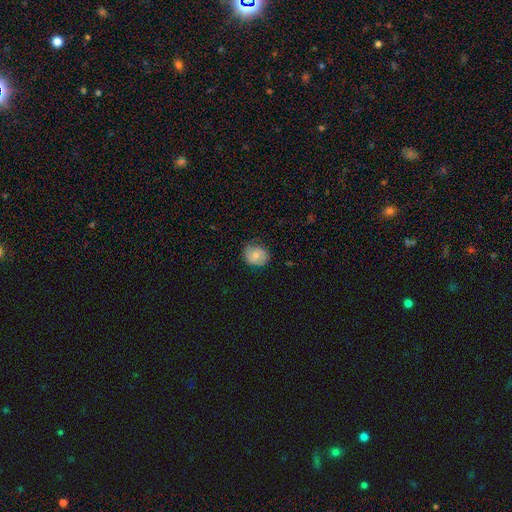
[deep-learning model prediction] This appears to be a smooth galaxy with no disk features (69%) that is round (68%). Merging: none (70%).